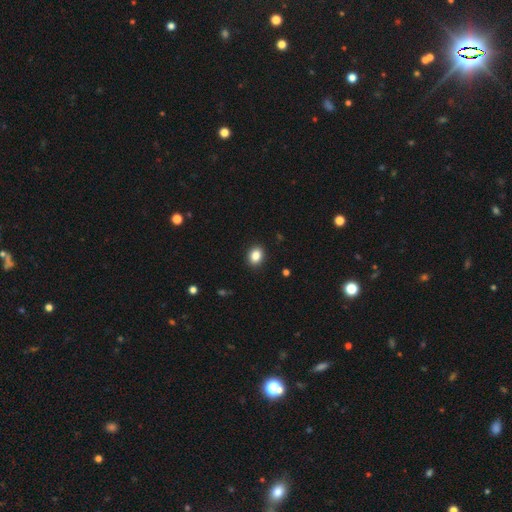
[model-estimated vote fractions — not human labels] A smooth galaxy with no disk features (86%) that is in between round and cigar-shaped (60%). Merging: none (91%).